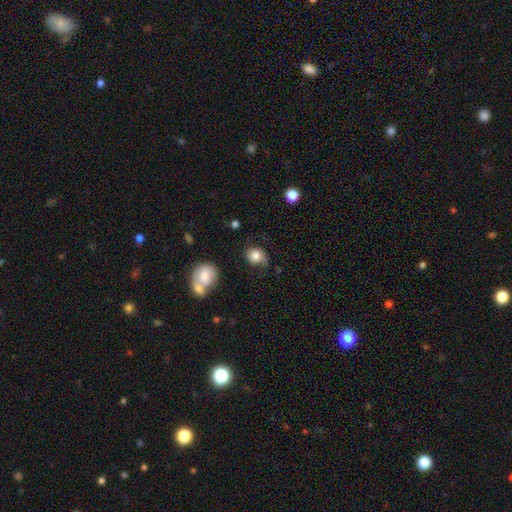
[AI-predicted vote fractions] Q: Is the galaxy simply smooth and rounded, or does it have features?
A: smooth — 79%.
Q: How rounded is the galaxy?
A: round — 58%.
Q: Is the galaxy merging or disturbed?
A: none — 56%.